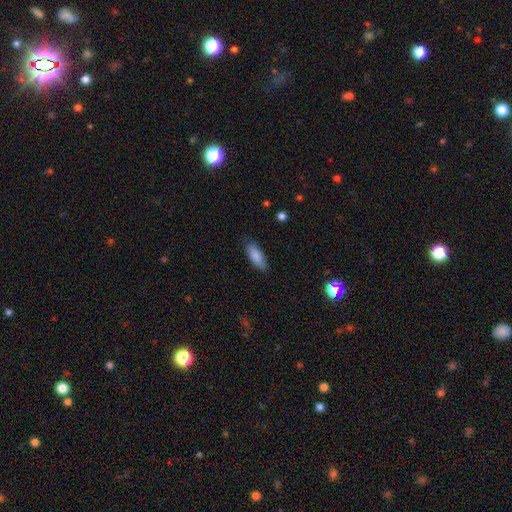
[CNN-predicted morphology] Smooth or featured?
  - smooth: 86% *
  - featured or disk: 8%
  - star or artifact: 6%
How rounded?
  - in between: 67% *
  - cigar-shaped: 32%
  - round: 2%
Merging?
  - none: 81% *
  - minor disturbance: 15%
  - major disturbance: 3%
  - merger: 1%